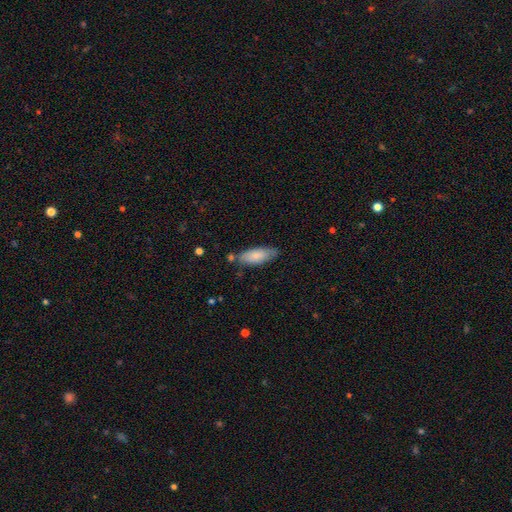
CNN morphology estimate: The model was most divided on "merging": none: 69%, minor disturbance: 21%, merger: 6%, major disturbance: 4%. More confident: smooth or featured — smooth (80%); how rounded — in between (77%).